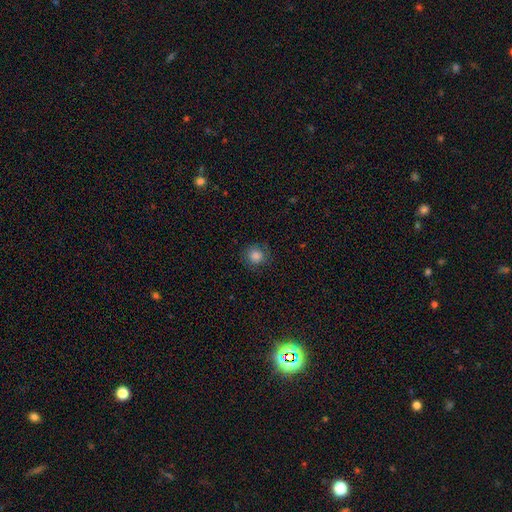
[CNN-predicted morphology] A smooth galaxy with no disk features (83%) that is round (91%).

Vote fractions:
- Smooth or featured? smooth: 83% / star or artifact: 12% / featured or disk: 5%
- How rounded? round: 91% / in between: 8% / cigar-shaped: 1%
- Merging? none: 85% / minor disturbance: 11% / major disturbance: 4% / merger: 1%